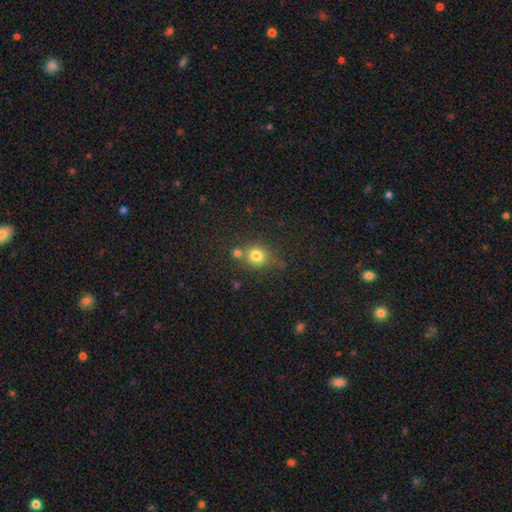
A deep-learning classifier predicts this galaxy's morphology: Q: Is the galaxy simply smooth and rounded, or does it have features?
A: smooth — 78%.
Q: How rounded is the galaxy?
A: round — 82%.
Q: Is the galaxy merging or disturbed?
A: none — 63%.